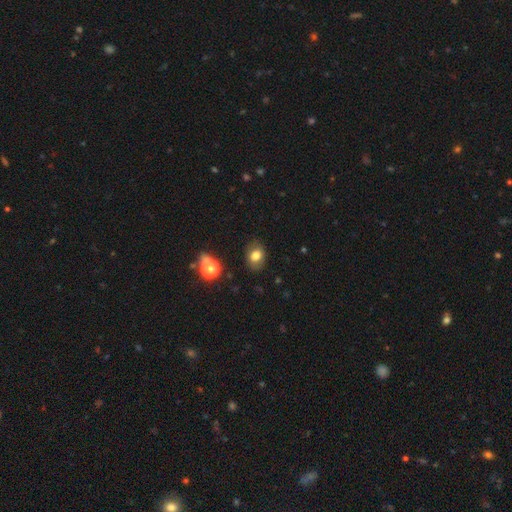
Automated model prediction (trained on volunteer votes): This appears to be a smooth galaxy with no disk features (77%) that is in between round and cigar-shaped (61%). Merging: none (81%).